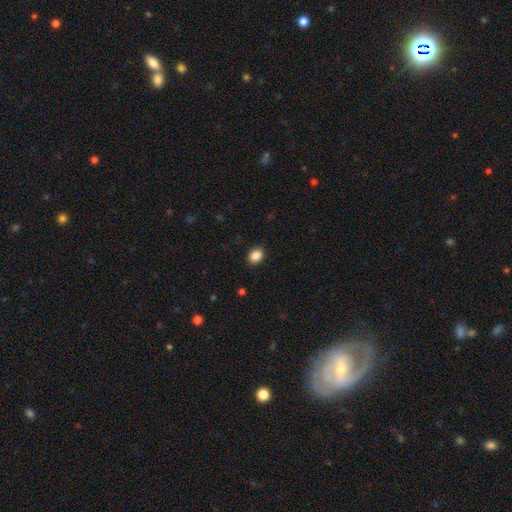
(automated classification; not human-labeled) Smooth or featured? Predicted: smooth (p=0.88). How rounded? Predicted: in between (p=0.60). Merging? Predicted: none (p=0.89).